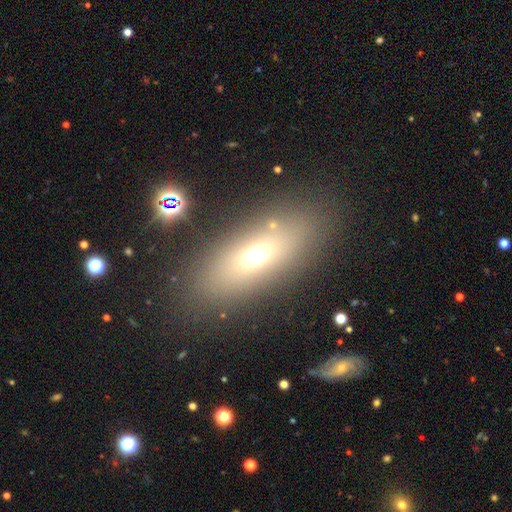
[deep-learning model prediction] Morphology: type=smooth (62%); roundness=in between (73%); merging=none (81%).